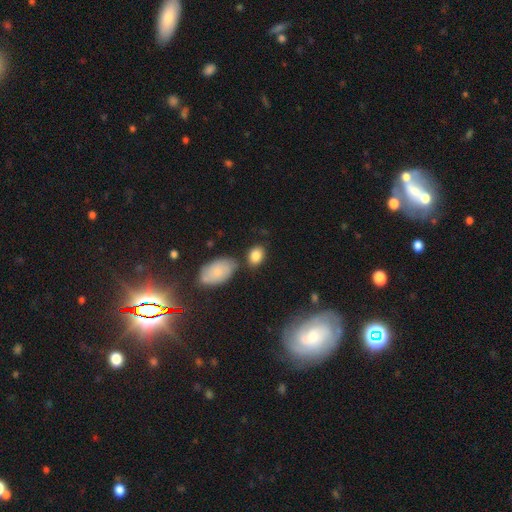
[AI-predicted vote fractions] The model was most divided on "how rounded": in between: 71%, round: 27%, cigar-shaped: 2%. More confident: smooth or featured — smooth (84%); merging — none (68%).